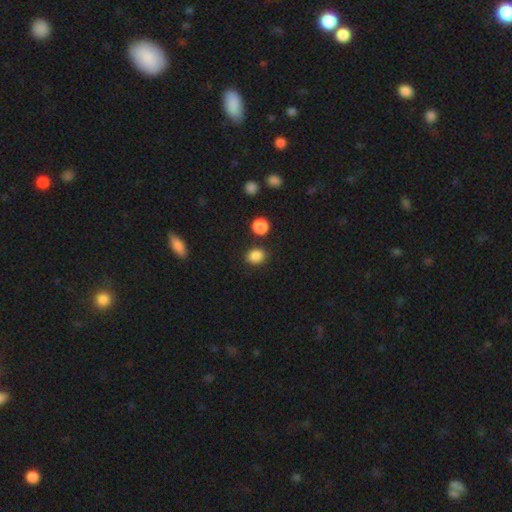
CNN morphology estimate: A smooth galaxy with no disk features (86%) that is round (61%). Merging: none (81%).